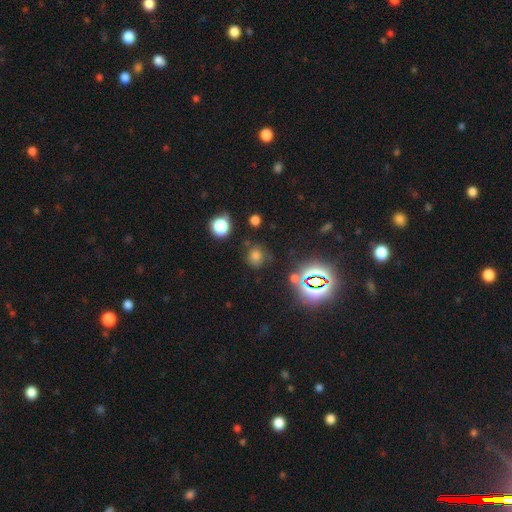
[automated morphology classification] A smooth galaxy with no disk features (60%) that is round (67%). Merging: none (71%).